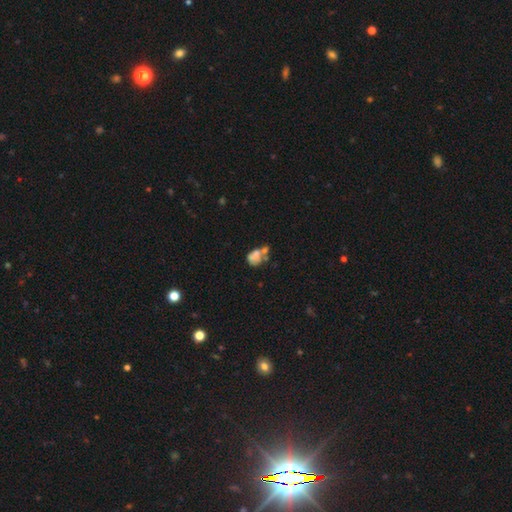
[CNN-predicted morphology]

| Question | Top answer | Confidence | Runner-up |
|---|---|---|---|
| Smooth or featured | smooth | 62% | featured or disk (27%) |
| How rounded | in between | 64% | round (35%) |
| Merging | merger | 48% | none (22%) |